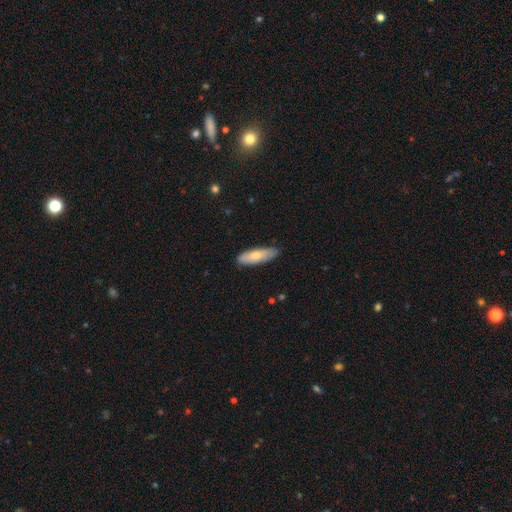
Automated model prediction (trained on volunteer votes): Overall: smooth (71%). How rounded: in between (50%; cigar-shaped 48%). Merging: none (85%).